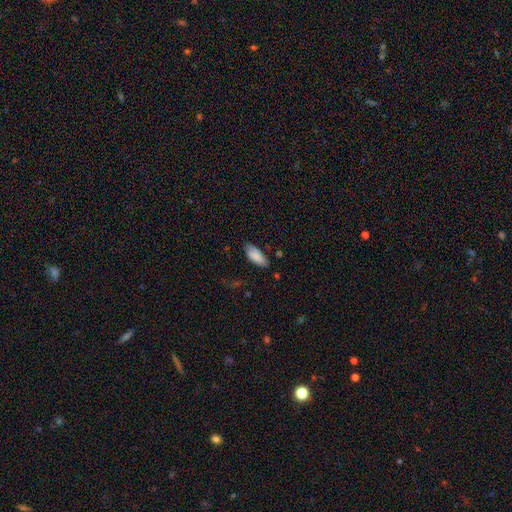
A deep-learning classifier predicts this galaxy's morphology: smooth 86%, featured or disk 8%, star or artifact 6%. Down the decision tree: how rounded — in between (84%); merging — none (72%).